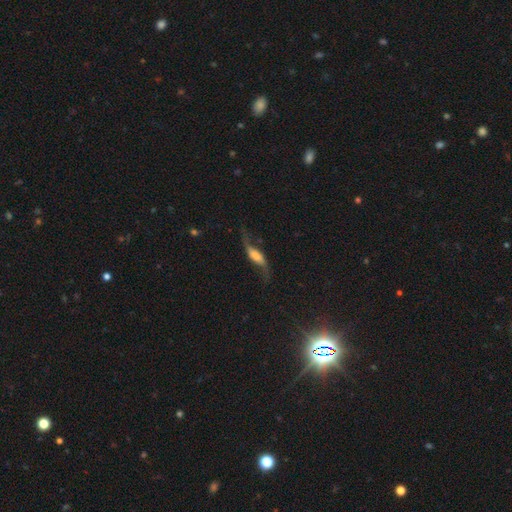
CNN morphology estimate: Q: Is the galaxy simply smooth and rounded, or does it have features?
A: featured or disk — 73%.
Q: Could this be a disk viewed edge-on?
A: no — 76%.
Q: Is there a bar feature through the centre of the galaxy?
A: no — 41%.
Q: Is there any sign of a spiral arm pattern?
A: yes — 92%.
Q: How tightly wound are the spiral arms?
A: loose — 92%.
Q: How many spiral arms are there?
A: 2 — 92%.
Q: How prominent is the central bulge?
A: moderate — 25%.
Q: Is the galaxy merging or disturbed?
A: none — 64%.